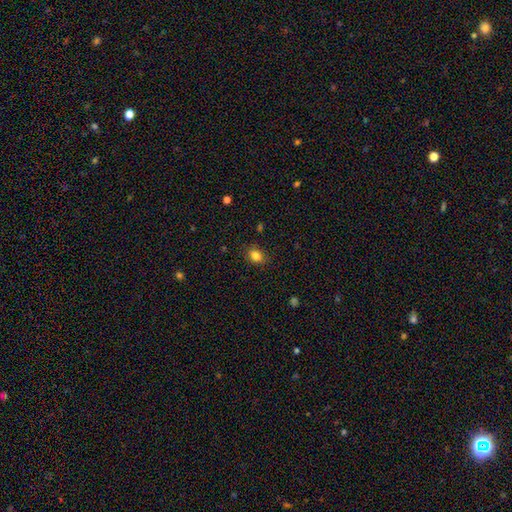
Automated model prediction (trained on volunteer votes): smooth-or-featured: smooth: 83% | star or artifact: 11% | featured or disk: 6%
  how-rounded: in between: 54% | round: 45% | cigar-shaped: 1%
  merging: none: 85% | minor disturbance: 11% | major disturbance: 3% | merger: 1%